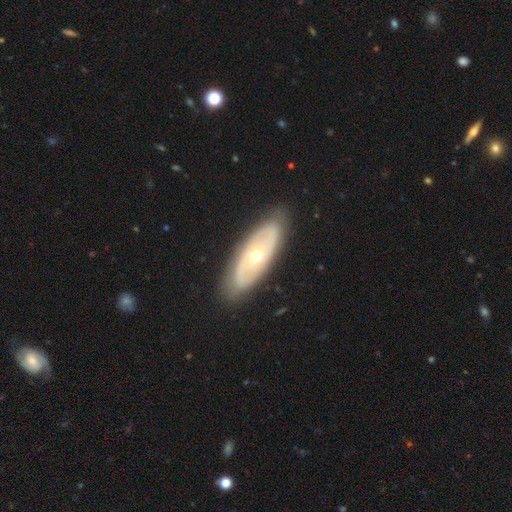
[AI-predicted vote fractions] Smooth or featured?
  - featured or disk: 67% *
  - smooth: 28%
  - star or artifact: 5%
Edge-on disk?
  - no: 82% *
  - yes: 18%
Bar?
  - no: 83% *
  - weak: 12%
  - strong: 4%
Spiral arms?
  - no: 53% *
  - yes: 47%
Bulge size?
  - moderate: 71% *
  - small: 22%
  - large: 5%
  - dominant: 1%
  - none: 1%
Merging?
  - none: 86% *
  - minor disturbance: 10%
  - major disturbance: 3%
  - merger: 1%